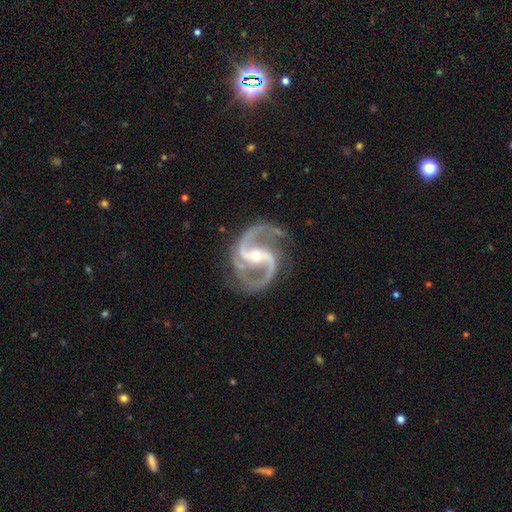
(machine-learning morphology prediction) featured or disk 94%, star or artifact 4%, smooth 2%. Down the decision tree: edge-on disk — no (98%); bar — strong (41%); spiral arms — yes (99%); spiral arm count — 2 (90%); spiral winding — medium (65%); bulge size — small (52%); merging — none (77%).